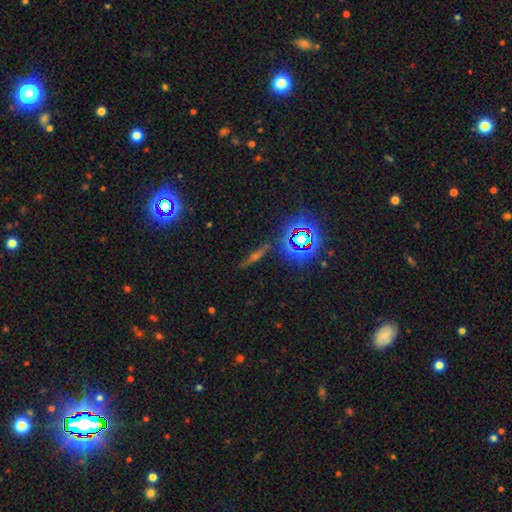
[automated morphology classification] smooth_or_featured: featured or disk (p=0.38) [alt: star or artifact p=0.36]
merging: none (p=0.85) [alt: minor disturbance p=0.09]